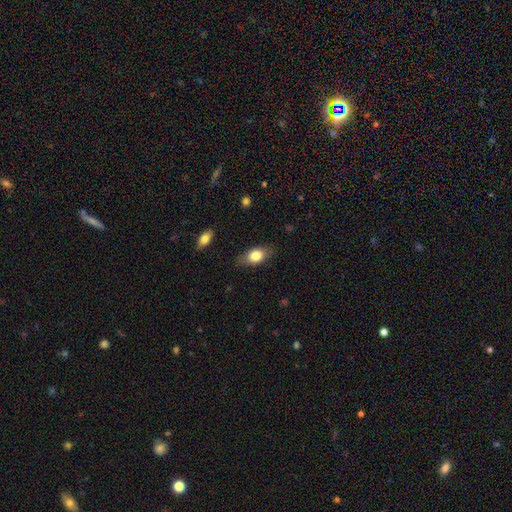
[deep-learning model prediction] Overall: smooth (78%). How rounded: in between (85%). Merging: none (80%).